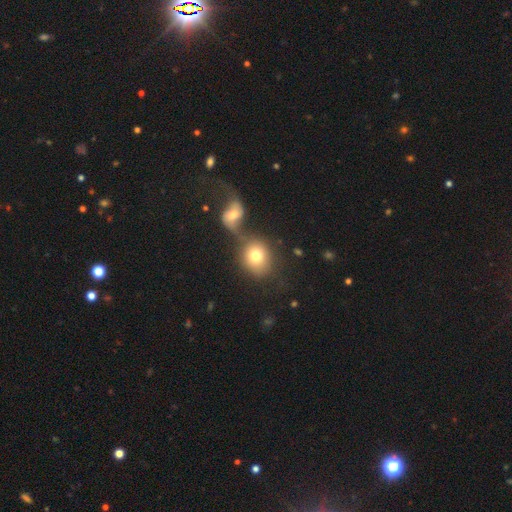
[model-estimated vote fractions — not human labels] This is likely a smooth galaxy (75%). How rounded: likely round (66%). Merging: possibly merger (48%).